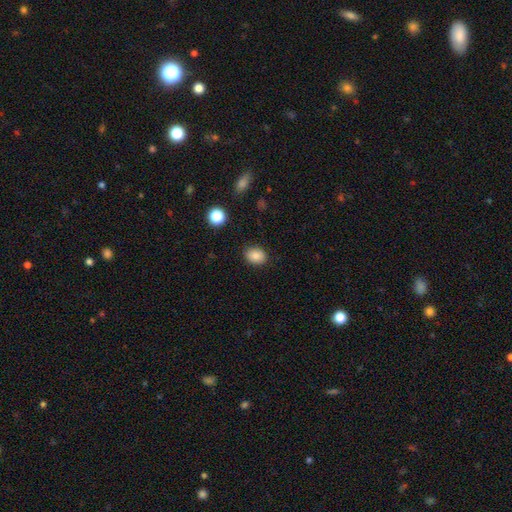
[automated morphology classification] A smooth galaxy with no disk features (85%) that is in between round and cigar-shaped (57%). Merging: none (87%).